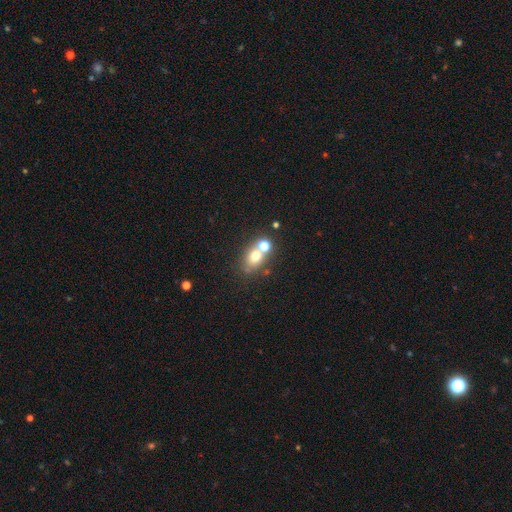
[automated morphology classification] Smooth or featured? Predicted: smooth (p=0.67). How rounded? Predicted: round (p=0.50). Merging? Predicted: none (p=0.47).